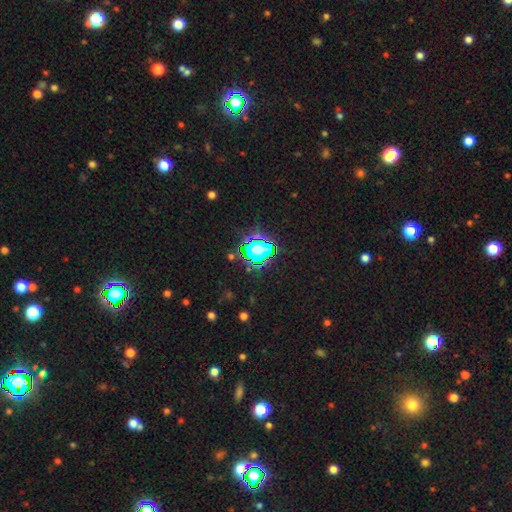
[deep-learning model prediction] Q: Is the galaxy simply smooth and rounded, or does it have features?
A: star or artifact — 68%.